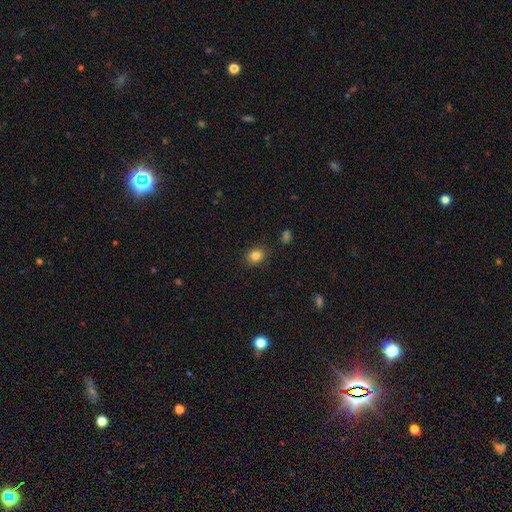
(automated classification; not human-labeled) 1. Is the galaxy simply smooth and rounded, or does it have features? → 83% smooth, 11% star or artifact, 6% featured or disk.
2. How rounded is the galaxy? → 58% round, 41% in between, 1% cigar-shaped.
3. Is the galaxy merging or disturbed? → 86% none, 10% minor disturbance, 3% major disturbance, 2% merger.